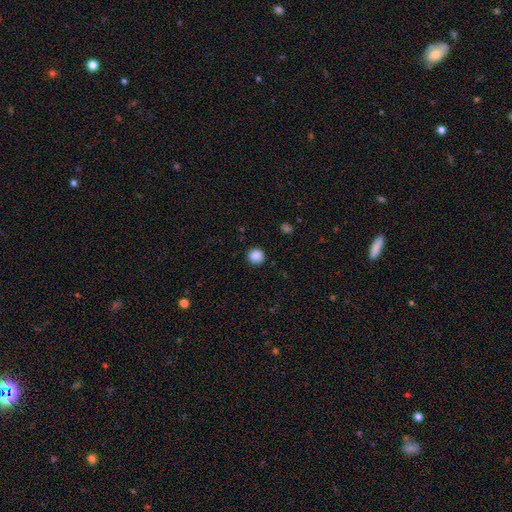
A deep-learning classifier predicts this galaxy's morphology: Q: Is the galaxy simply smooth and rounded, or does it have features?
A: smooth — 88%.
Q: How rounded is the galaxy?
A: round — 91%.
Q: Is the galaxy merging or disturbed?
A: none — 90%.